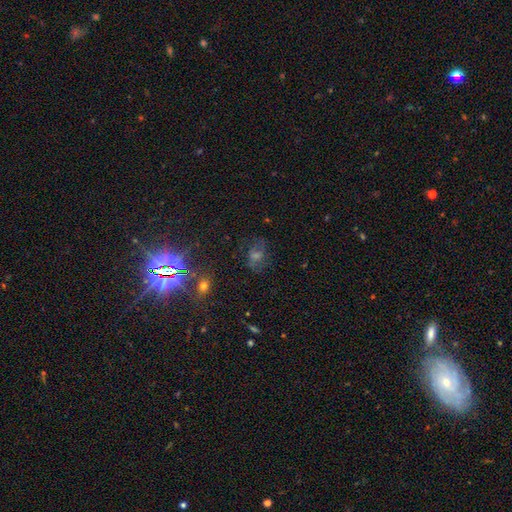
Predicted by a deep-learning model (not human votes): star or artifact 48%, featured or disk 30%, smooth 23%.